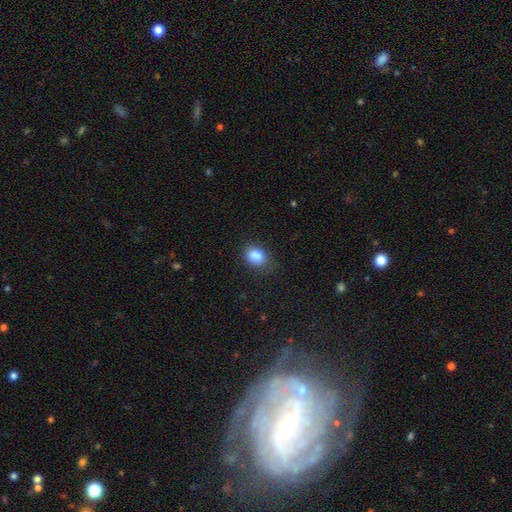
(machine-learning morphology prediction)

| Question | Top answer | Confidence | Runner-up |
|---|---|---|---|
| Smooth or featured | smooth | 83% | star or artifact (10%) |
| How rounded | in between | 62% | round (37%) |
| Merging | none | 62% | minor disturbance (23%) |